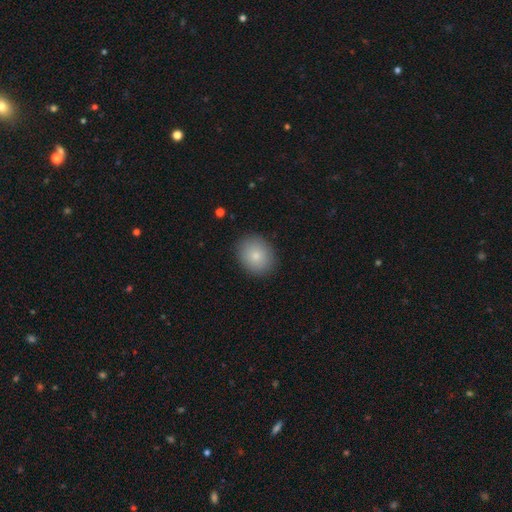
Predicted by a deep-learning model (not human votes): smooth-or-featured: smooth: 82% | featured or disk: 9% | star or artifact: 8%
  how-rounded: round: 59% | in between: 40% | cigar-shaped: 1%
  merging: none: 88% | minor disturbance: 8% | major disturbance: 2% | merger: 1%